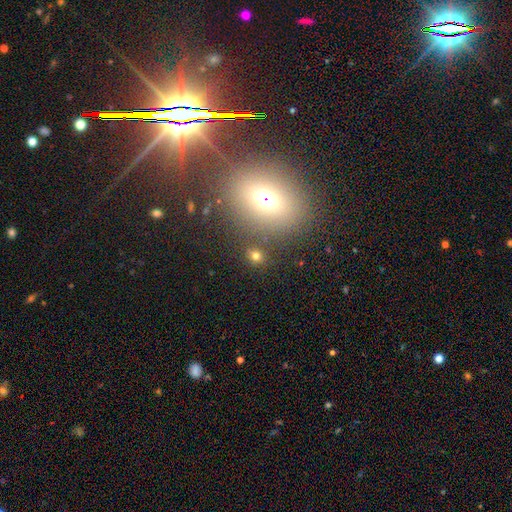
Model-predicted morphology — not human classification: smooth-or-featured: smooth: 70% | star or artifact: 21% | featured or disk: 8%
  how-rounded: round: 61% | in between: 37% | cigar-shaped: 2%
  merging: none: 82% | minor disturbance: 8% | merger: 6% | major disturbance: 4%